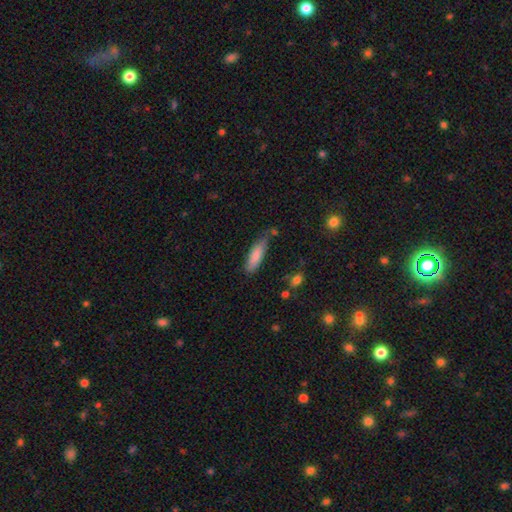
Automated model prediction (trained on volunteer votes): A smooth galaxy with no disk features (80%) that is in between round and cigar-shaped (50%).

Vote fractions:
- Smooth or featured? smooth: 80% / featured or disk: 14% / star or artifact: 6%
- How rounded? in between: 50% / cigar-shaped: 49% / round: 2%
- Merging? none: 60% / minor disturbance: 29% / major disturbance: 6% / merger: 5%